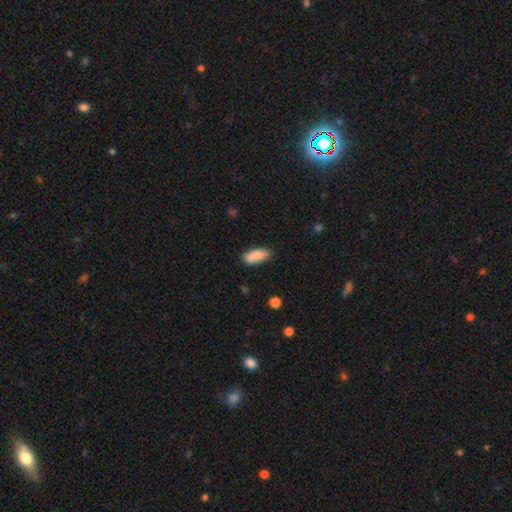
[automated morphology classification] type=smooth (88%); roundness=in between (81%); merging=none (78%).